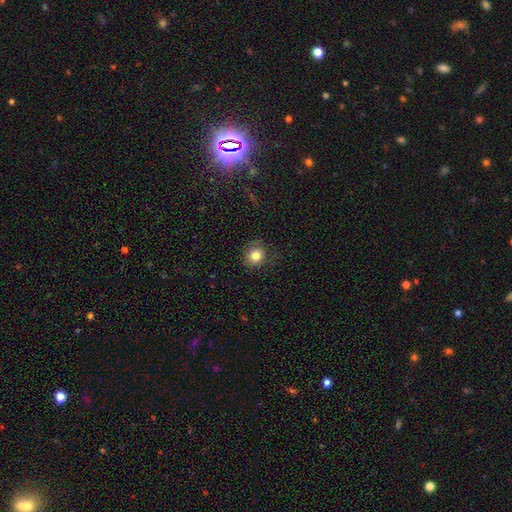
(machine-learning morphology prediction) Q: Smooth or featured?
A: smooth (80%); runner-up: star or artifact (11%)
Q: How rounded?
A: round (75%); runner-up: in between (24%)
Q: Merging?
A: none (71%); runner-up: minor disturbance (20%)